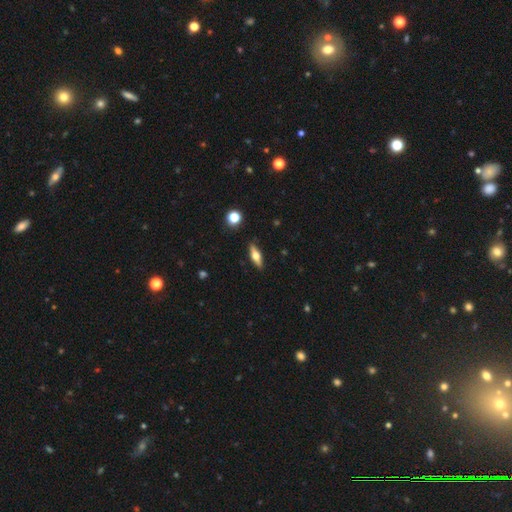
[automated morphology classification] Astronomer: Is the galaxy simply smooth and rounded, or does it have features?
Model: featured or disk — 47% (runner-up: smooth, 46%).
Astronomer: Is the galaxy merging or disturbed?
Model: none — 87%.